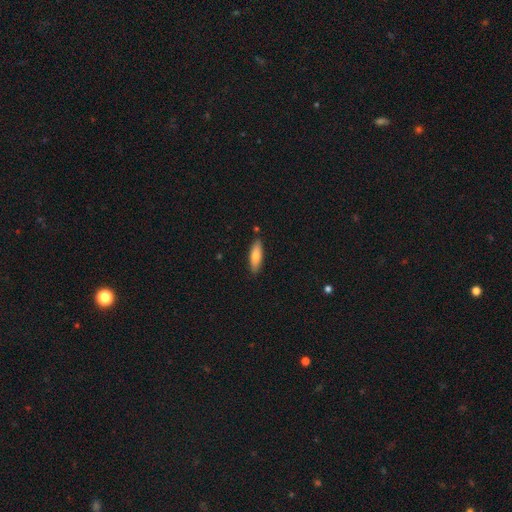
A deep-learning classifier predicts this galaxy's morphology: A smooth galaxy with no disk features (78%) that is in between round and cigar-shaped (53%). Merging: none (86%).